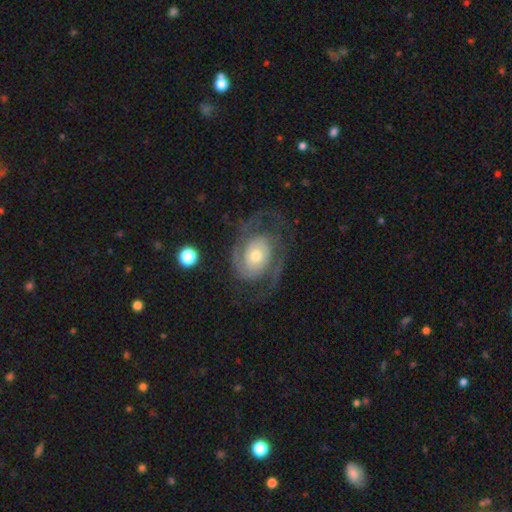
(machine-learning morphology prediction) Smooth or featured? featured or disk (88%)
Edge-on disk? no (97%)
Bar? no (74%)
Spiral arms? yes (96%)
Spiral winding? tight (46%)
Spiral arm count? 2 (68%)
Bulge size? moderate (60%)
Merging? none (64%)